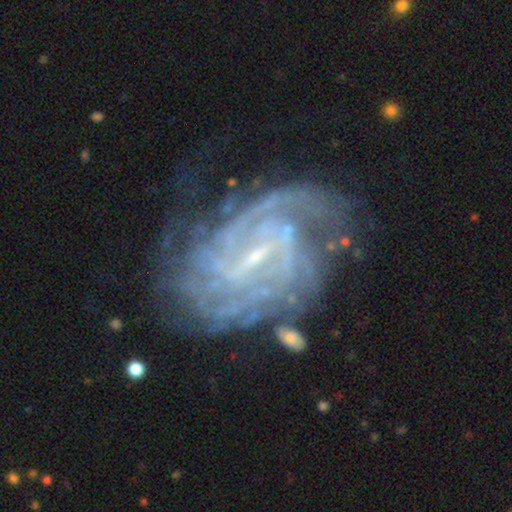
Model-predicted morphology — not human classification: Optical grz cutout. It shows a featured or disk galaxy (89%) with a weak bar (50%), tight (66%) spiral arms (97%) and a small central bulge (75%). Merging: none (66%).